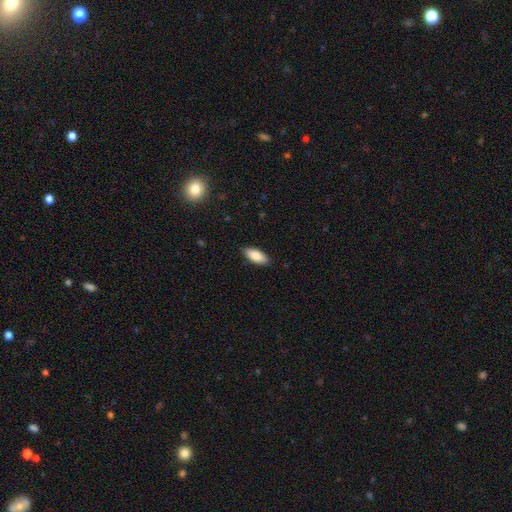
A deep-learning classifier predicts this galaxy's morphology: Smooth or featured? smooth (84%)
How rounded? in between (85%)
Merging? none (88%)